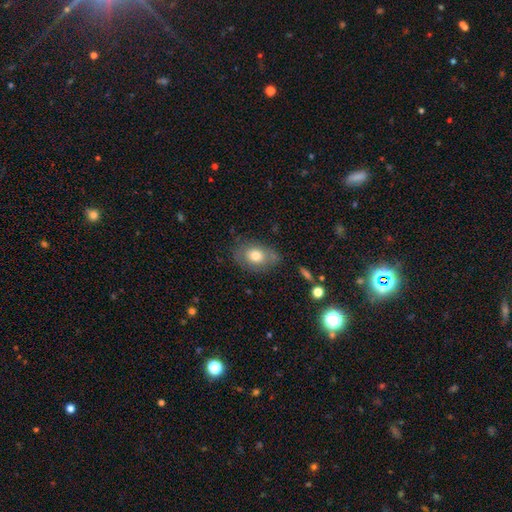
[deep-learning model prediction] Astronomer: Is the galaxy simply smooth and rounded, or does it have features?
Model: smooth — 72%.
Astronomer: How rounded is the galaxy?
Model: in between — 76%.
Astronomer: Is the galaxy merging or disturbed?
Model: none — 68%.